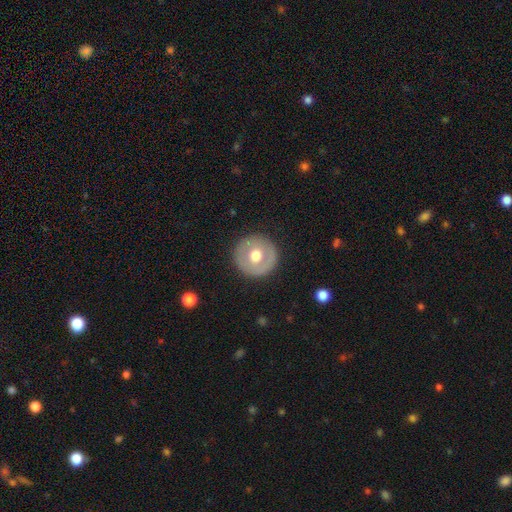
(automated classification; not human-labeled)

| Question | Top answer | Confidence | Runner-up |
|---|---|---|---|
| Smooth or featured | smooth | 55% | featured or disk (38%) |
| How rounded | round | 96% | in between (3%) |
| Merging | none | 89% | minor disturbance (7%) |